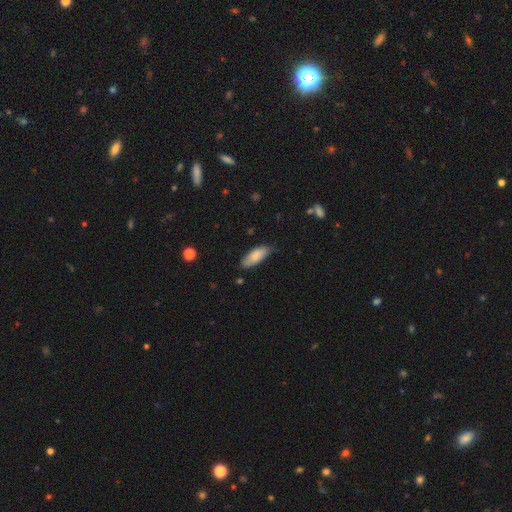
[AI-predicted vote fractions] This appears to be a smooth galaxy with no disk features (82%) that is in between round and cigar-shaped (73%). Merging: none (72%).